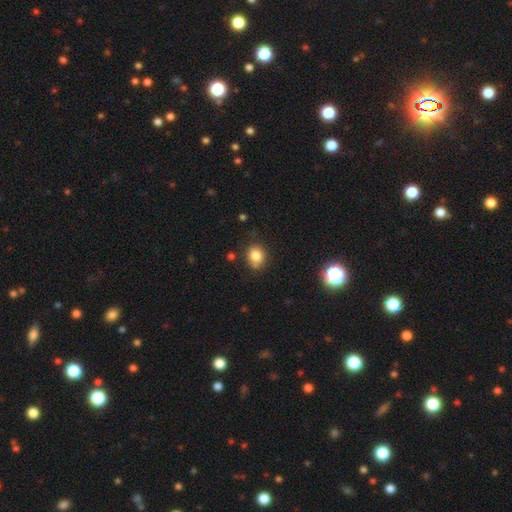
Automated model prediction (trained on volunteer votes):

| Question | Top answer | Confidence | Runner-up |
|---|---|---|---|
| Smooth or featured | smooth | 83% | star or artifact (11%) |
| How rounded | round | 65% | in between (34%) |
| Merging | none | 72% | minor disturbance (19%) |